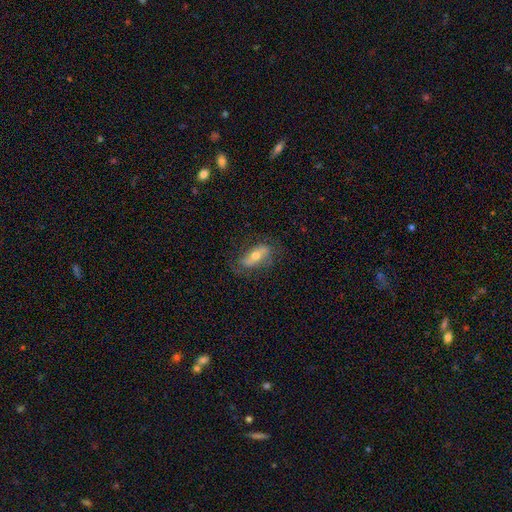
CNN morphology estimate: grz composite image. It shows a featured or disk galaxy (49%). Merging: none (72%).